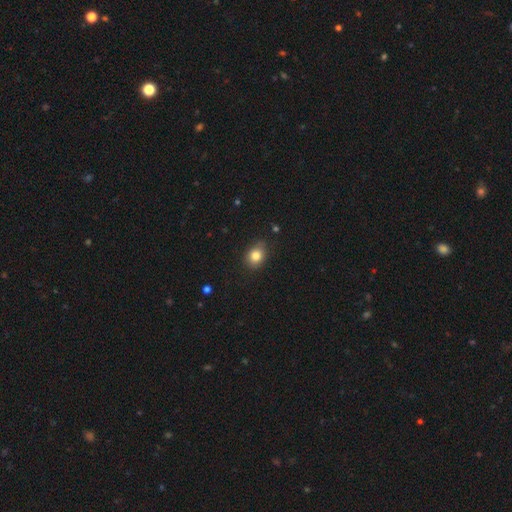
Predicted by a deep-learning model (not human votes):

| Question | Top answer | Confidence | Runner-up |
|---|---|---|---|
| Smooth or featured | smooth | 83% | star or artifact (10%) |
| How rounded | in between | 54% | round (45%) |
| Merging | none | 78% | minor disturbance (17%) |